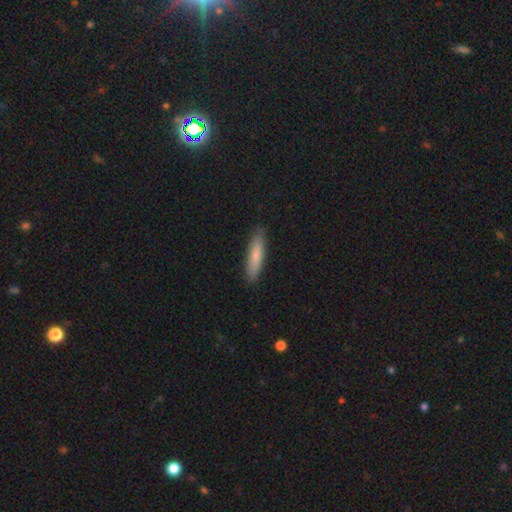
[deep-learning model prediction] Smooth or featured: smooth — 77% (featured or disk — 17%)
How rounded: cigar-shaped — 78% (in between — 21%)
Merging: none — 87% (minor disturbance — 10%)